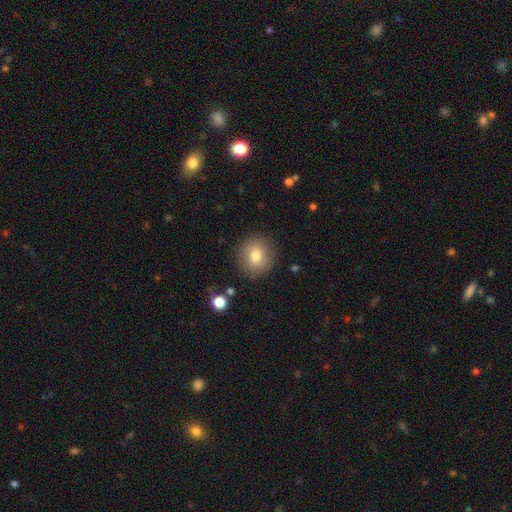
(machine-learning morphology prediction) This is likely a smooth galaxy (77%). How rounded: clearly round (88%). Merging: clearly none (87%).